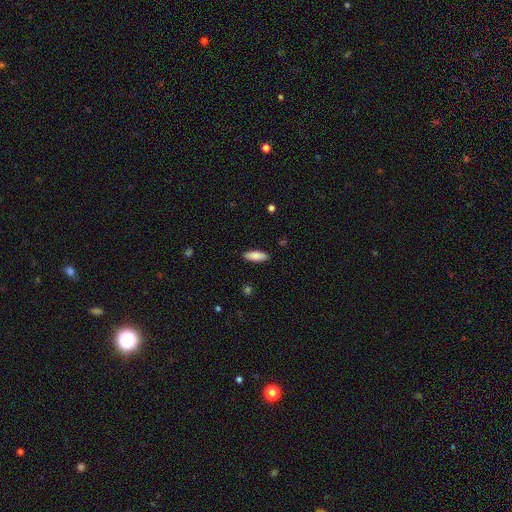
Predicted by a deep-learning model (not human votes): smooth_or_featured: smooth (p=0.85) [alt: featured or disk p=0.09]
how_rounded: in between (p=0.63) [alt: cigar-shaped p=0.35]
merging: none (p=0.89) [alt: minor disturbance p=0.08]